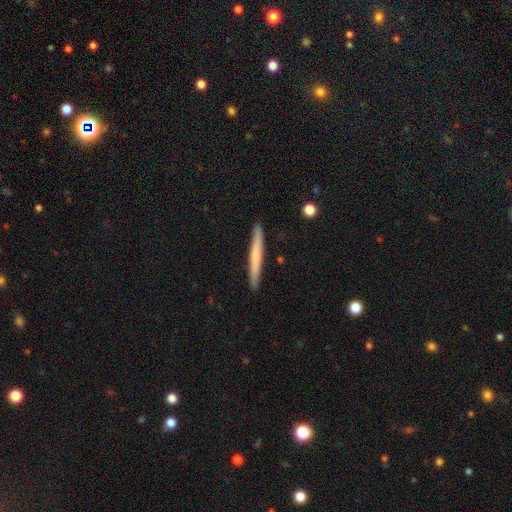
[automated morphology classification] Q: Smooth or featured?
A: smooth (60%); runner-up: featured or disk (35%)
Q: How rounded?
A: cigar-shaped (97%); runner-up: in between (2%)
Q: Merging?
A: none (92%); runner-up: minor disturbance (6%)